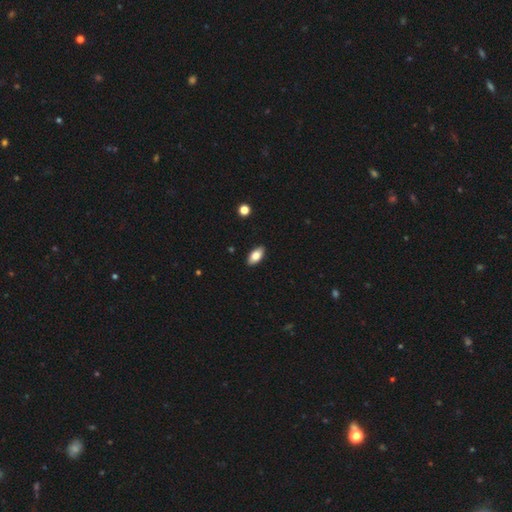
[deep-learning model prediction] Morphology: type=smooth (80%); roundness=in between (91%); merging=none (89%).